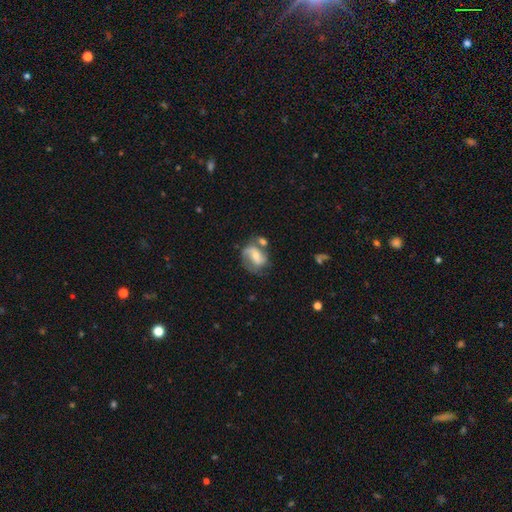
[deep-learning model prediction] smooth_or_featured: featured or disk (p=0.59) [alt: smooth p=0.34]
disk_edge_on: no (p=0.97) [alt: yes p=0.03]
bar: weak (p=0.41) [alt: no p=0.40]
has_spiral_arms: yes (p=0.79) [alt: no p=0.21]
bulge_size: moderate (p=0.44) [tied with: small p=0.44]
merging: none (p=0.40) [alt: minor disturbance p=0.23]